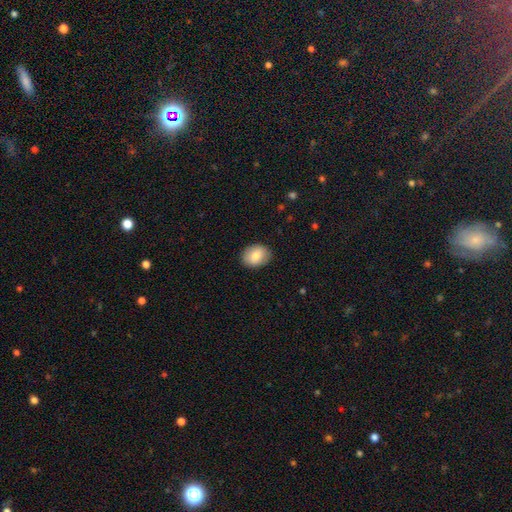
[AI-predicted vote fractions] Overall: smooth (80%). How rounded: in between (62%; round 37%). Merging: none (87%).